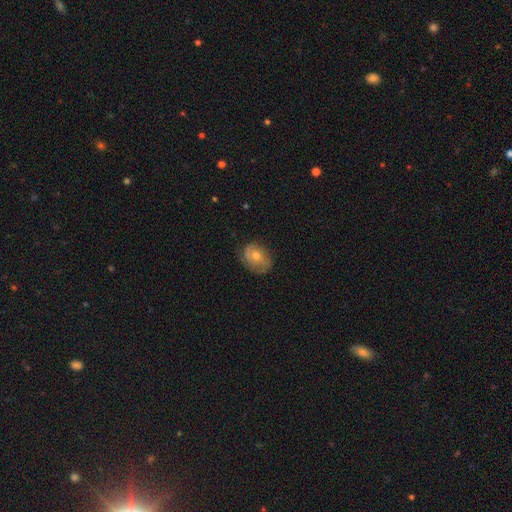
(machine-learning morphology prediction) The model was most divided on "spiral winding": tight: 47%, medium: 38%, loose: 15%. More confident: edge-on disk — no (96%); spiral arms — yes (84%); merging — none (74%); bar — no (68%); bulge size — moderate (64%); smooth or featured — featured or disk (64%); spiral arm count — 2 (54%).